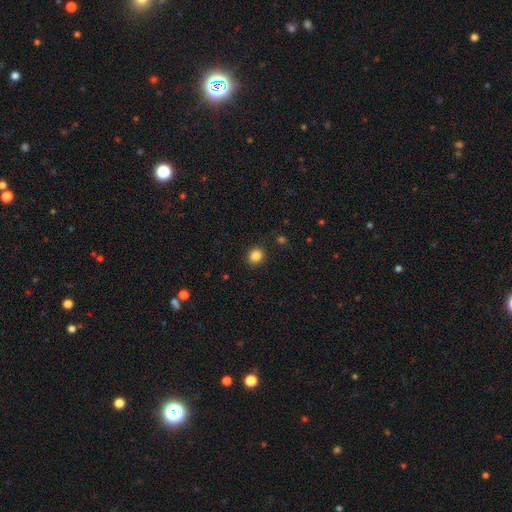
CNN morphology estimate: A smooth galaxy with no disk features (86%) that is round (79%). Merging: none (90%).